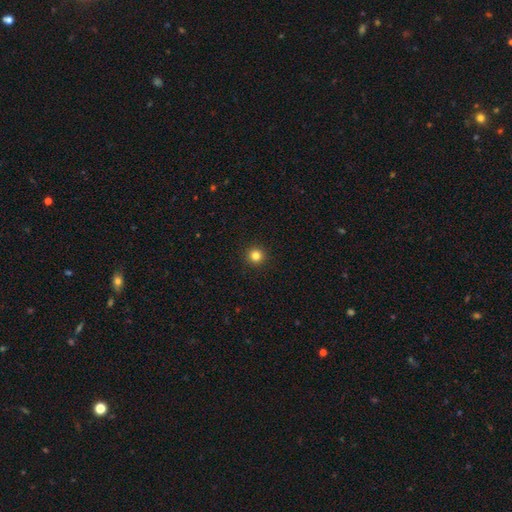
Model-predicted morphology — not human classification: Overall: smooth (82%). How rounded: round (96%). Merging: none (93%).